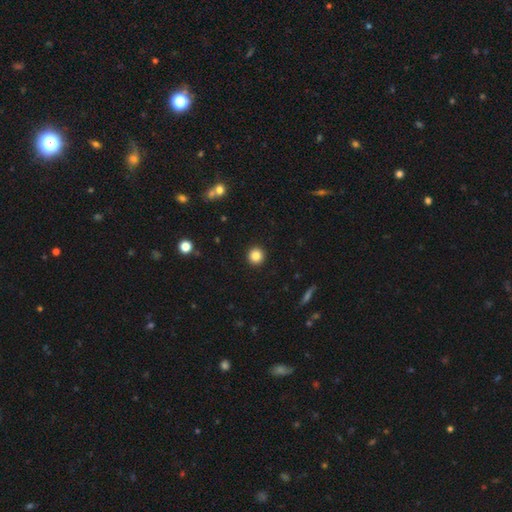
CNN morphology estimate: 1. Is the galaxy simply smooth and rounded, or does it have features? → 85% smooth, 10% star or artifact, 4% featured or disk.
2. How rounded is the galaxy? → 95% round, 4% in between, 1% cigar-shaped.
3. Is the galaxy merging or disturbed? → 94% none, 4% minor disturbance, 2% major disturbance, 1% merger.